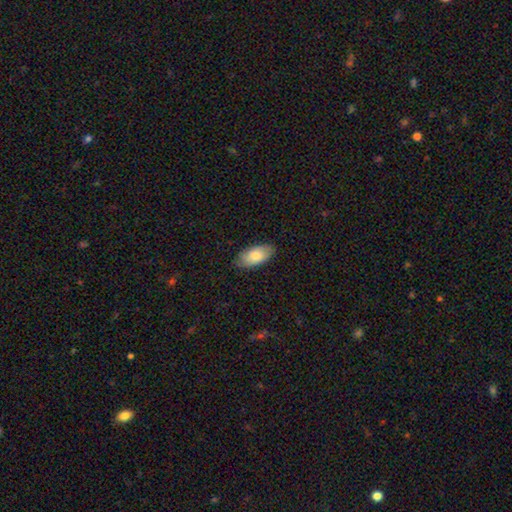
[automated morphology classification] Smooth or featured? smooth (80%)
How rounded? in between (93%)
Merging? none (85%)